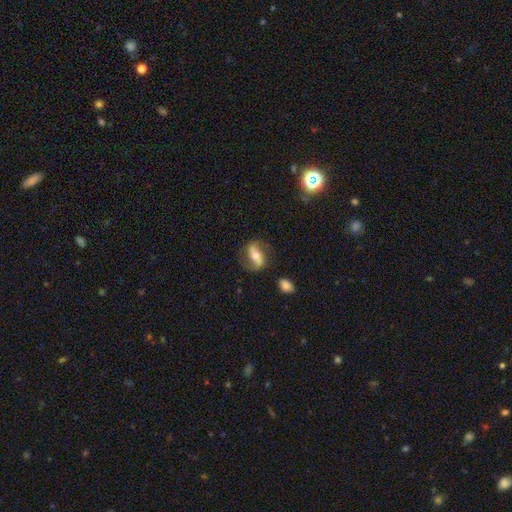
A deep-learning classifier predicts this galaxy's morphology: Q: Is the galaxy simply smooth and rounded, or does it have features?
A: featured or disk — 59%.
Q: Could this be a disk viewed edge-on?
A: no — 86%.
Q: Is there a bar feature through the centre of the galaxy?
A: strong — 49%.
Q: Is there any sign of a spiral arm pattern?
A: yes — 79%.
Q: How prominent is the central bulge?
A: moderate — 62%.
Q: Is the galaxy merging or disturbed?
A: none — 73%.